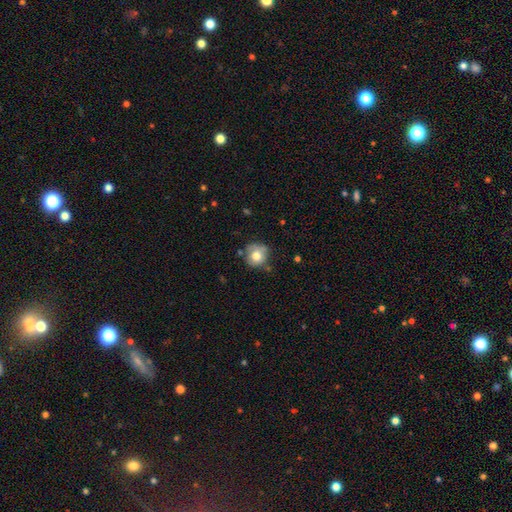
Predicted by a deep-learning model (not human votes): smooth_or_featured: smooth (p=0.72) [alt: featured or disk p=0.19]
how_rounded: round (p=0.88) [alt: in between p=0.11]
merging: none (p=0.62) [alt: minor disturbance p=0.24]